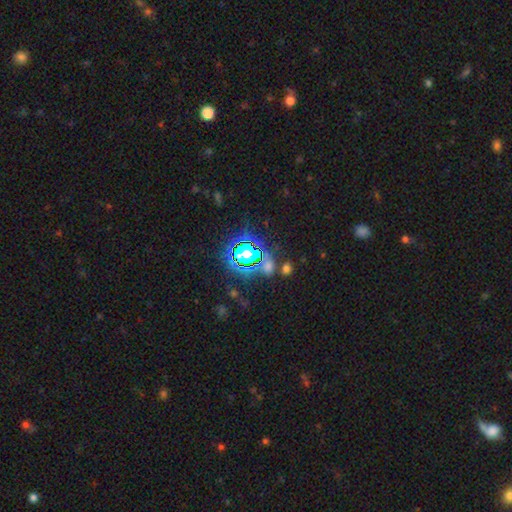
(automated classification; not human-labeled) Q: Smooth or featured?
A: star or artifact (66%); runner-up: smooth (24%)